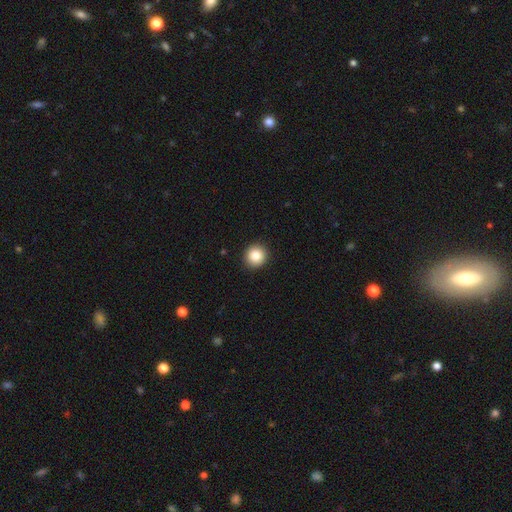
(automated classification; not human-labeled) Smooth or featured: smooth — 86% (star or artifact — 9%)
How rounded: round — 93% (in between — 6%)
Merging: none — 92% (minor disturbance — 5%)